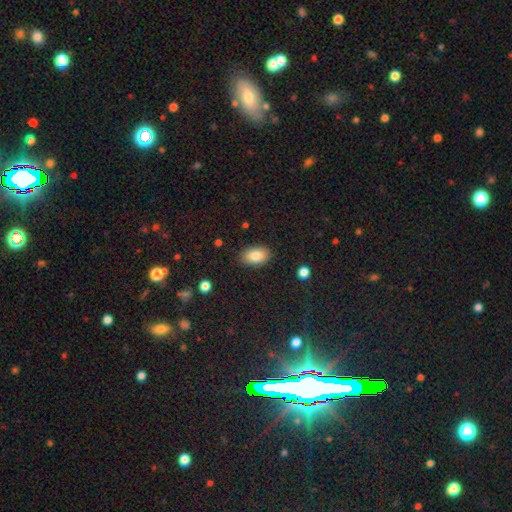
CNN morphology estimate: smooth-or-featured: smooth: 84% | featured or disk: 8% | star or artifact: 8%
  how-rounded: in between: 91% | round: 8% | cigar-shaped: 2%
  merging: none: 87% | minor disturbance: 10% | major disturbance: 2% | merger: 1%